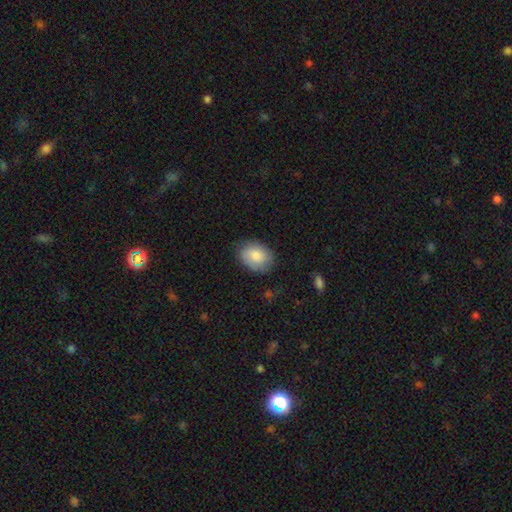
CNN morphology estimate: smooth 83%, featured or disk 11%, star or artifact 6%. Down the decision tree: how rounded — in between (71%); merging — none (76%).